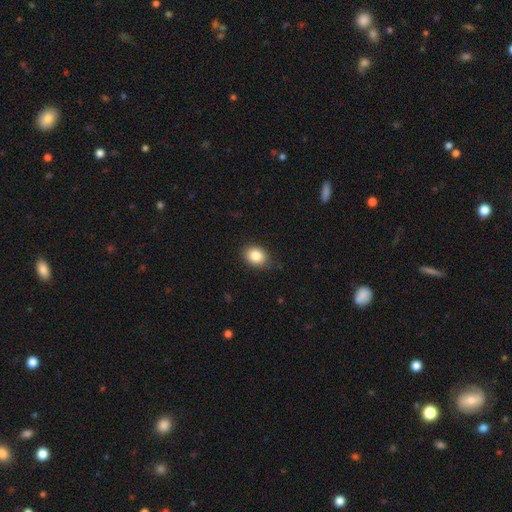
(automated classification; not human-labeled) Smooth or featured? Predicted: smooth (p=0.85). How rounded? Predicted: in between (p=0.55). Merging? Predicted: none (p=0.83).